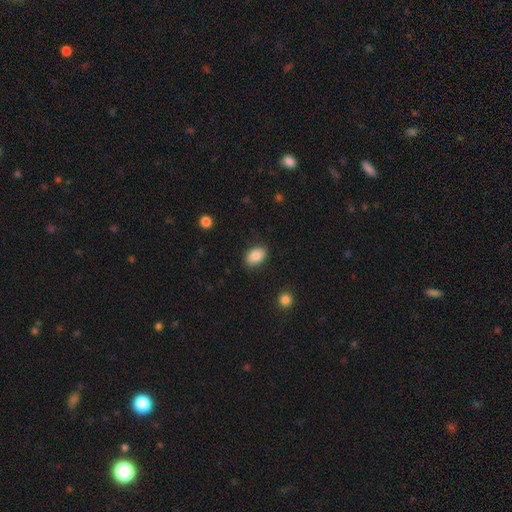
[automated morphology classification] Q: Smooth or featured?
A: smooth (86%); runner-up: star or artifact (7%)
Q: How rounded?
A: in between (87%); runner-up: round (12%)
Q: Merging?
A: none (86%); runner-up: minor disturbance (10%)